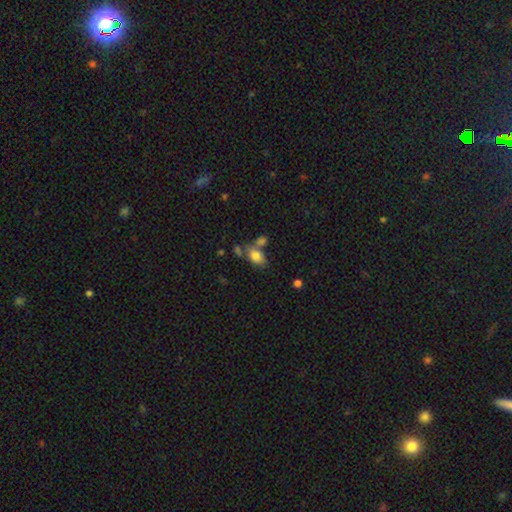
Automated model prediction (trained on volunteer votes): smooth 80%, featured or disk 11%, star or artifact 9%. Down the decision tree: how rounded — in between (86%); merging — none (49%).